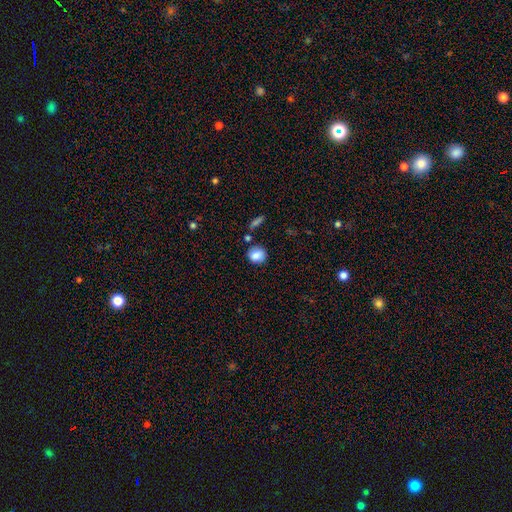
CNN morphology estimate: Overall: smooth (83%). How rounded: round (80%). Merging: none (76%).